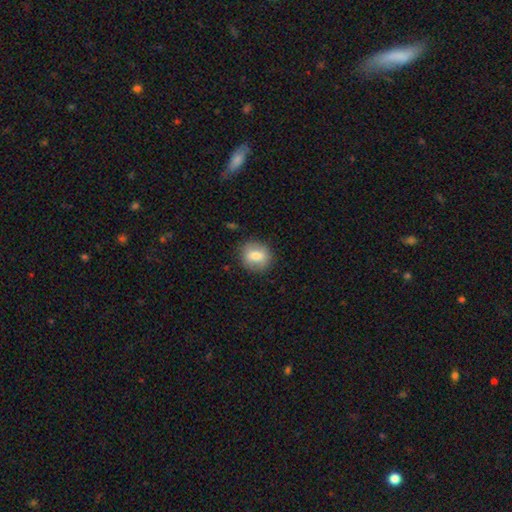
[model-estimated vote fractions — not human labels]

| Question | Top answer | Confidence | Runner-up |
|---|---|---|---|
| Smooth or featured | smooth | 75% | featured or disk (18%) |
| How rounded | round | 73% | in between (26%) |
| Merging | none | 84% | minor disturbance (12%) |